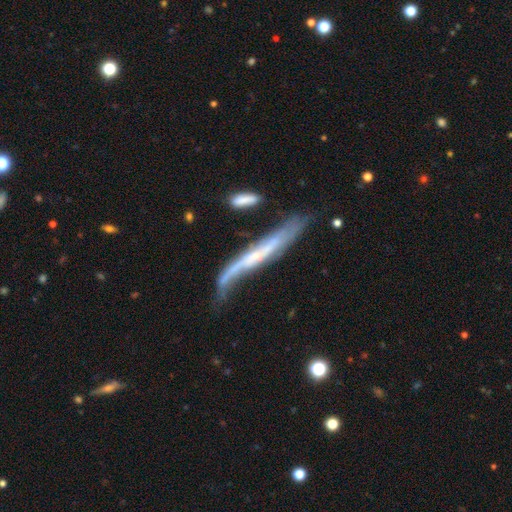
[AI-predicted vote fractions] This appears to be a featured or disk galaxy (72%) viewed edge-on (61%). Merging: none (39%).